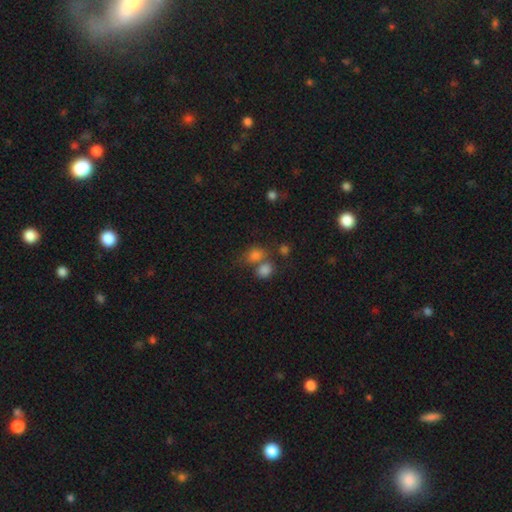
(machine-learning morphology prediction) The model was most divided on "how rounded": in between: 51%, round: 48%, cigar-shaped: 1%. Remaining: smooth or featured — smooth (77%); merging — none (43%).